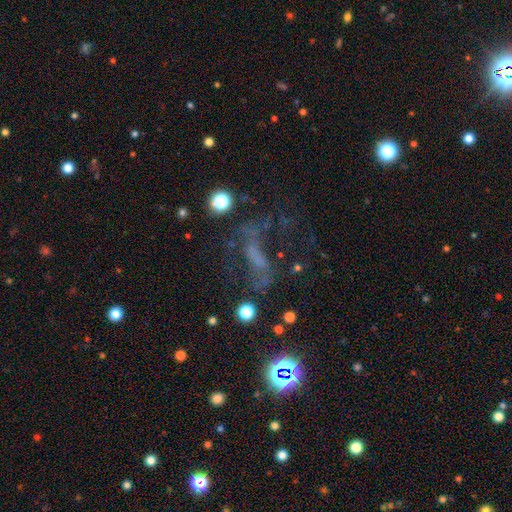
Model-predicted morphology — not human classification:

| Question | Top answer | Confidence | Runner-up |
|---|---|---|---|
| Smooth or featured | featured or disk | 46% | star or artifact (31%) |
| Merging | none | 46% | major disturbance (31%) |